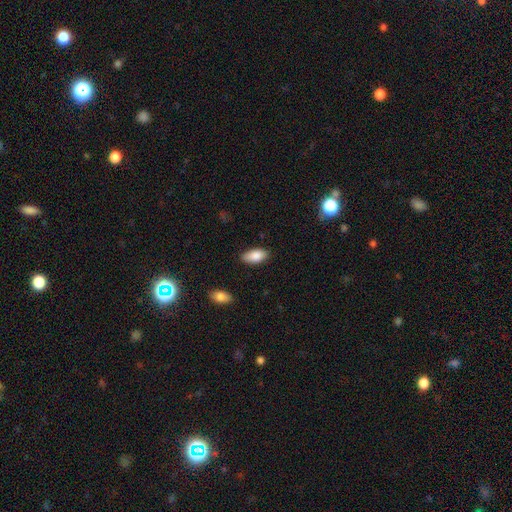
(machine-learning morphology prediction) Smooth or featured? smooth (87%)
How rounded? in between (91%)
Merging? none (82%)